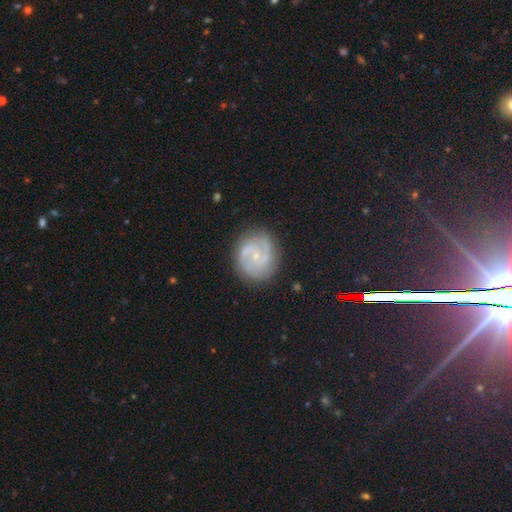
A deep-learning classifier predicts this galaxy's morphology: This appears to be a featured or disk galaxy (80%) with no bar (62%), 2 (60%) tight (48%) spiral arms (95%) and a small central bulge (76%). Merging: none (82%).